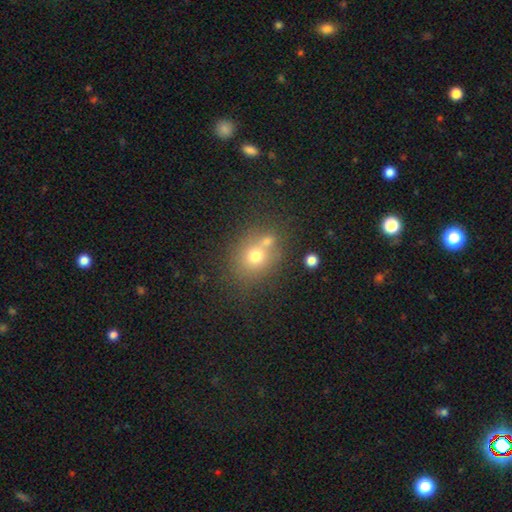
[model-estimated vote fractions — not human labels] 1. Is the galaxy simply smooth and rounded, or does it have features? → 68% smooth, 17% featured or disk, 15% star or artifact.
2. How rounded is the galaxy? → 64% round, 35% in between, 1% cigar-shaped.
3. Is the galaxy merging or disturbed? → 52% none, 31% merger, 12% minor disturbance, 5% major disturbance.